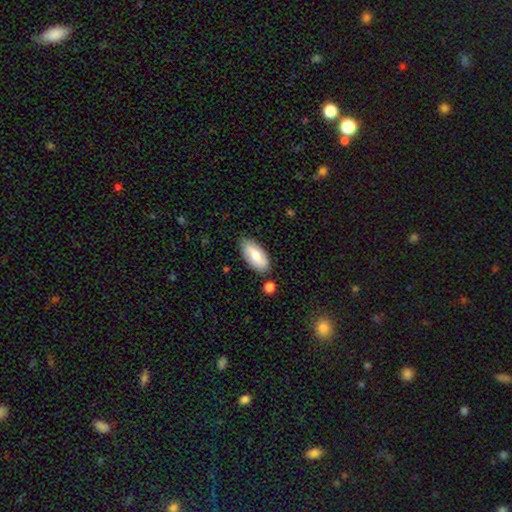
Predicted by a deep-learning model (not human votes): Smooth or featured?
  - smooth: 66% *
  - featured or disk: 28%
  - star or artifact: 6%
How rounded?
  - in between: 91% *
  - cigar-shaped: 7%
  - round: 2%
Merging?
  - none: 79% *
  - minor disturbance: 14%
  - merger: 4%
  - major disturbance: 3%